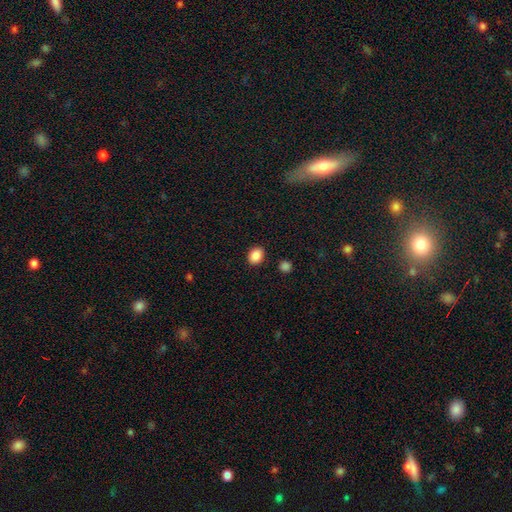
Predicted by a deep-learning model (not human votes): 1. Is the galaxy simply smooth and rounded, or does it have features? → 88% smooth, 9% star or artifact, 3% featured or disk.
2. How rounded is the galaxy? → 50% round, 49% in between, 1% cigar-shaped.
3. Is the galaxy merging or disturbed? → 89% none, 7% minor disturbance, 2% major disturbance, 2% merger.